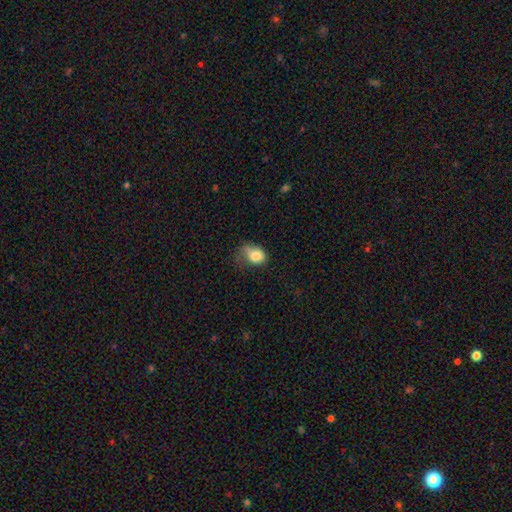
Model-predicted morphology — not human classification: Smooth or featured? smooth (82%)
How rounded? in between (74%)
Merging? minor disturbance (37%)